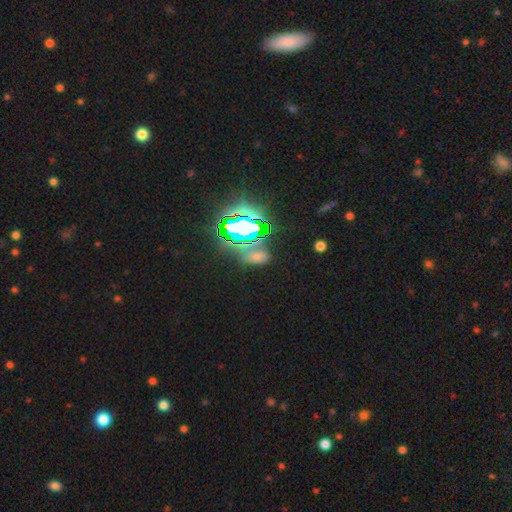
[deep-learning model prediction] Morphology: type=star or artifact (56%).